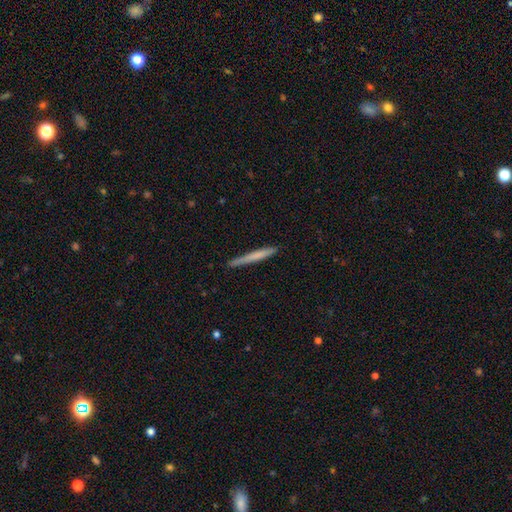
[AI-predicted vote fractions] Smooth or featured? Predicted: smooth (p=0.62). How rounded? Predicted: cigar-shaped (p=0.97). Merging? Predicted: none (p=0.88).